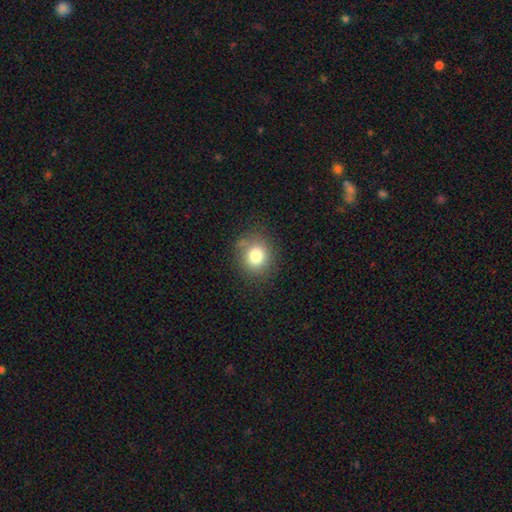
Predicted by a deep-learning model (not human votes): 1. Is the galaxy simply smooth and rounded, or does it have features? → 80% smooth, 12% star or artifact, 8% featured or disk.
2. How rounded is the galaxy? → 78% round, 21% in between, 1% cigar-shaped.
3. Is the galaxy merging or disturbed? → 80% none, 14% minor disturbance, 4% major disturbance, 2% merger.